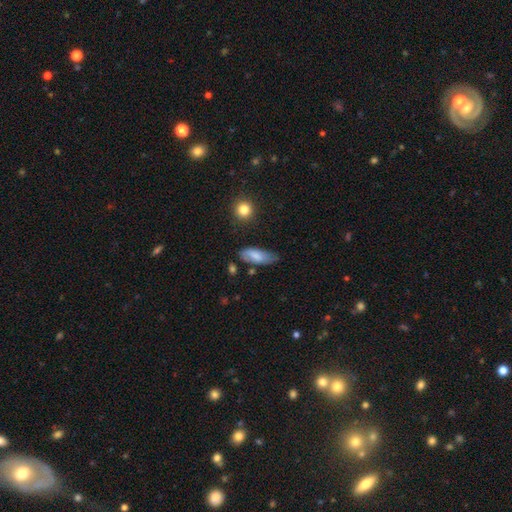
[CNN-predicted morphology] The model was most divided on "merging": none: 57%, minor disturbance: 32%, major disturbance: 8%, merger: 4%. More confident: how rounded — in between (79%); smooth or featured — smooth (72%).